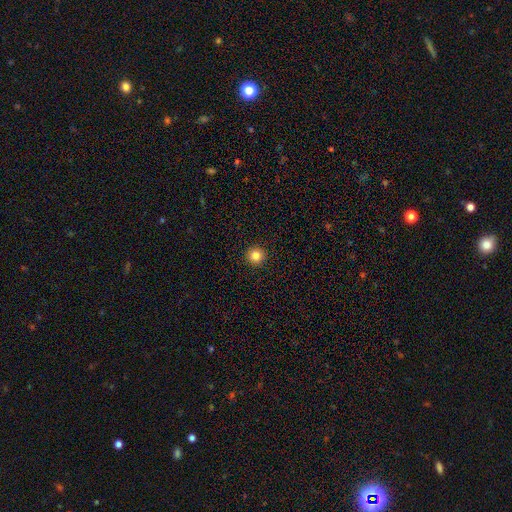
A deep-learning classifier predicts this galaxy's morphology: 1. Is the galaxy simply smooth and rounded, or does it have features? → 84% smooth, 12% star or artifact, 5% featured or disk.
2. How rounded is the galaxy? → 96% round, 3% in between, 1% cigar-shaped.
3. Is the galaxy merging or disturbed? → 94% none, 4% minor disturbance, 1% major disturbance, 1% merger.